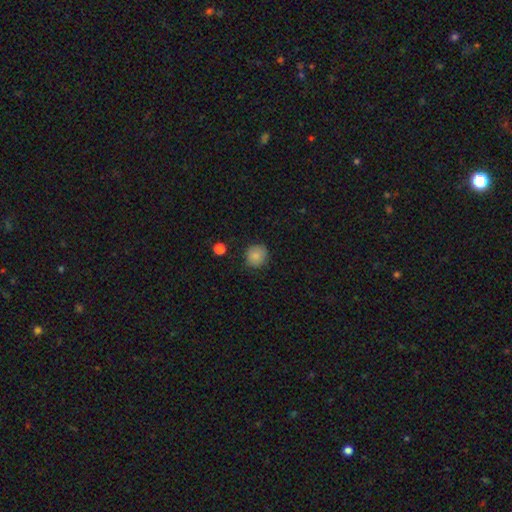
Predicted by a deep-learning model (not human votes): Smooth or featured? Predicted: smooth (p=0.86). How rounded? Predicted: round (p=0.86). Merging? Predicted: none (p=0.84).